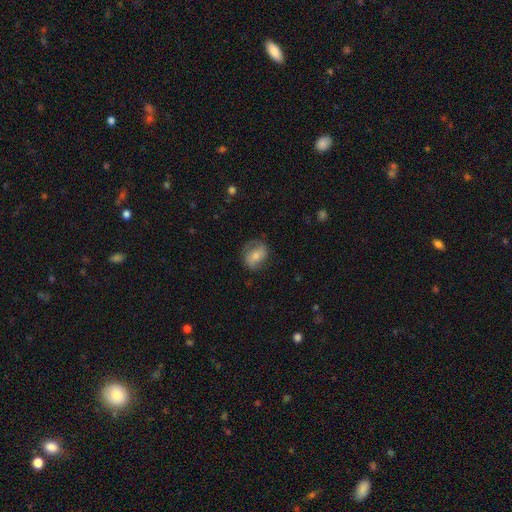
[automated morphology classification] This appears to be a smooth galaxy with no disk features (59%) that is in between round and cigar-shaped (55%). Merging: none (64%).